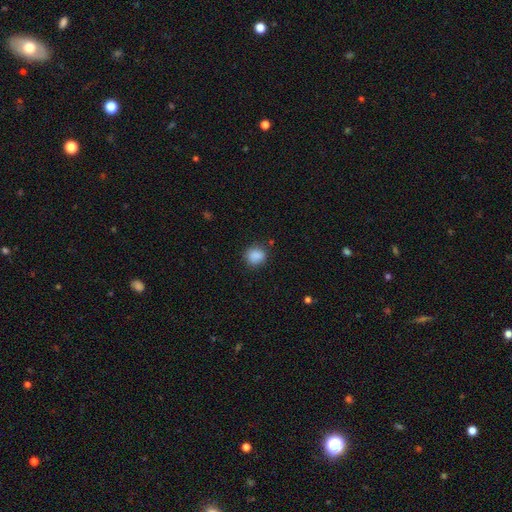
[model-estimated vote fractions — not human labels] Overall: smooth (87%). How rounded: round (72%). Merging: none (82%).